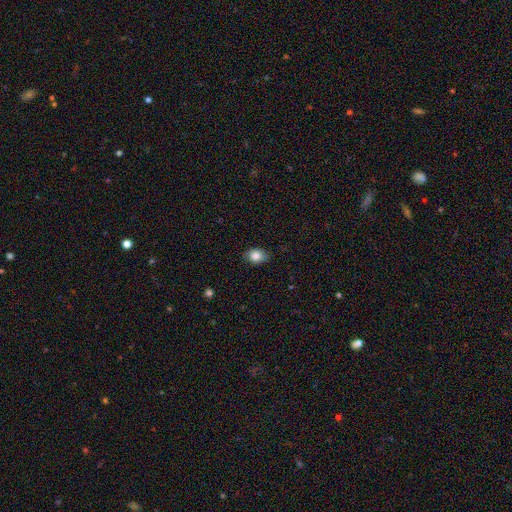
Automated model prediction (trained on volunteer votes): A smooth galaxy with no disk features (84%) that is in between round and cigar-shaped (72%).

Vote fractions:
- Smooth or featured? smooth: 84% / featured or disk: 8% / star or artifact: 8%
- How rounded? in between: 72% / round: 27% / cigar-shaped: 1%
- Merging? none: 80% / minor disturbance: 16% / major disturbance: 3% / merger: 1%